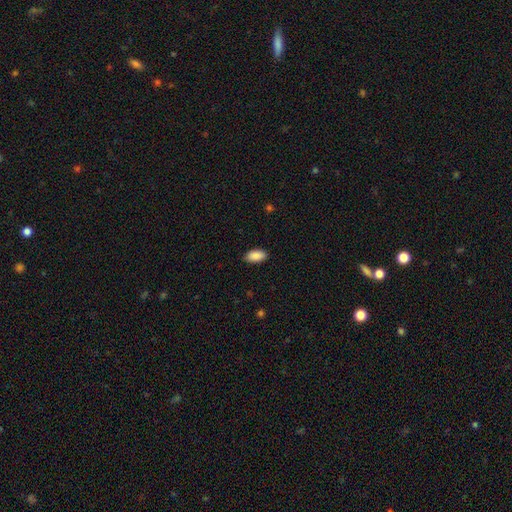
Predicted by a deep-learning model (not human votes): Morphology: type=smooth (90%); roundness=in between (94%); merging=none (89%).